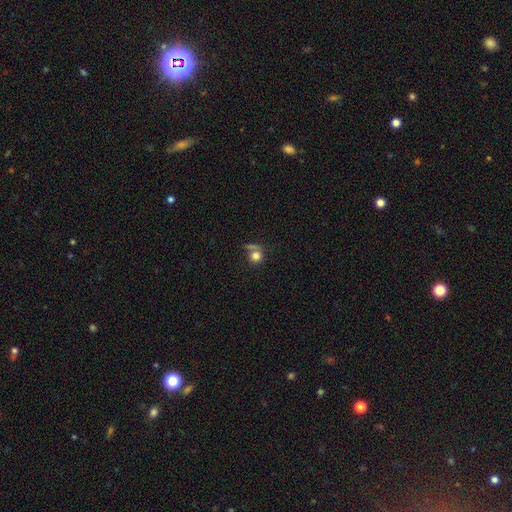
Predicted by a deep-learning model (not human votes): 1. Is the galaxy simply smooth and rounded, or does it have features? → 75% smooth, 15% star or artifact, 10% featured or disk.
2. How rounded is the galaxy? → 86% round, 13% in between, 2% cigar-shaped.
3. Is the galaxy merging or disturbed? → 53% none, 23% merger, 13% minor disturbance, 11% major disturbance.